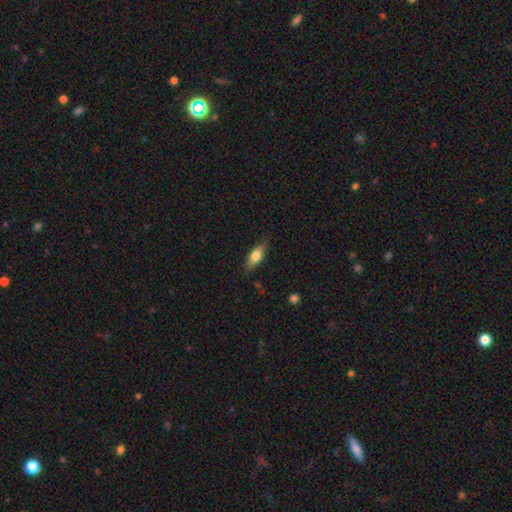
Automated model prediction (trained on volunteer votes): Smooth or featured? Predicted: smooth (p=0.70). How rounded? Predicted: in between (p=0.70). Merging? Predicted: none (p=0.81).